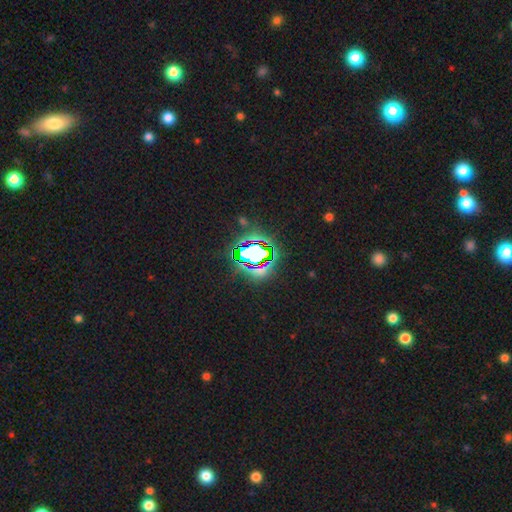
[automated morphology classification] This is likely a star or artifact rather than a galaxy (74%).